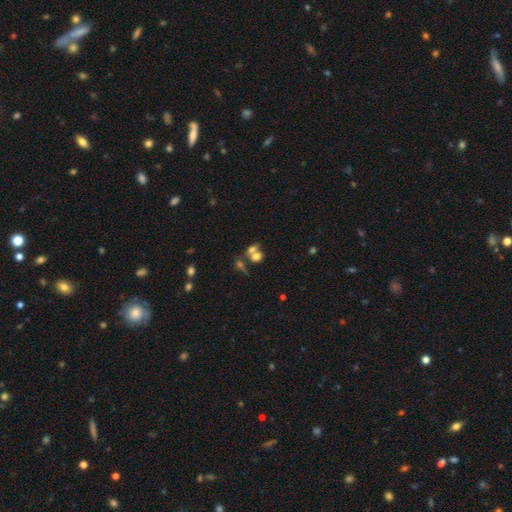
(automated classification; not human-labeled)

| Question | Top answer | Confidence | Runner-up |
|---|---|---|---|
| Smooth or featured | smooth | 63% | featured or disk (20%) |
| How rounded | round | 53% | in between (44%) |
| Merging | merger | 52% | none (33%) |